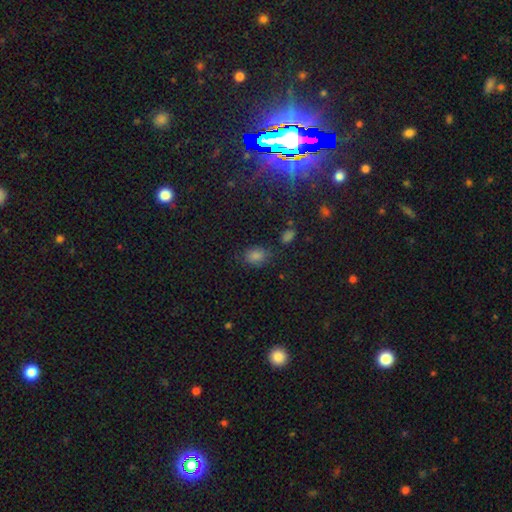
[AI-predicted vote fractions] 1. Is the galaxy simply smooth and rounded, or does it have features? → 65% smooth, 28% star or artifact, 7% featured or disk.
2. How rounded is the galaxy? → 62% in between, 36% round, 2% cigar-shaped.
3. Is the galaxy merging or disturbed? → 77% none, 15% minor disturbance, 5% major disturbance, 4% merger.